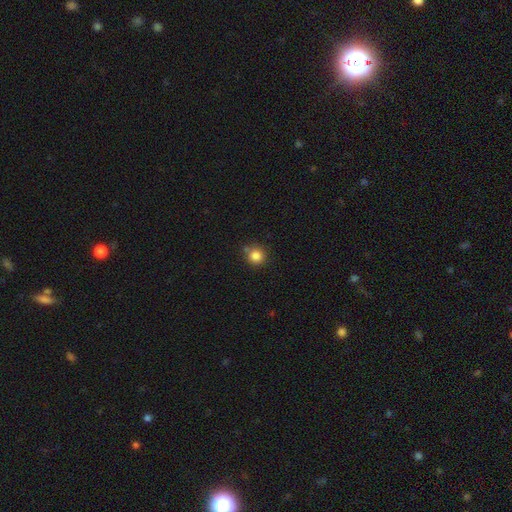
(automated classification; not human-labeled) This is clearly a smooth galaxy (84%). How rounded: clearly round (91%). Merging: likely none (75%).